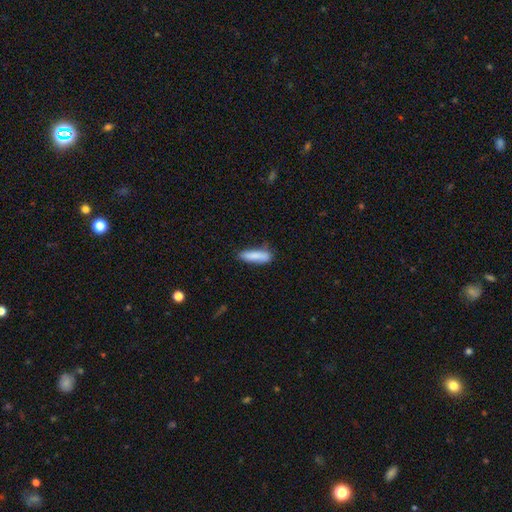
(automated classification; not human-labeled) A smooth galaxy with no disk features (85%) that is cigar-shaped (66%).

Vote fractions:
- Smooth or featured? smooth: 85% / featured or disk: 9% / star or artifact: 6%
- How rounded? cigar-shaped: 66% / in between: 33% / round: 2%
- Merging? none: 72% / minor disturbance: 22% / major disturbance: 4% / merger: 2%